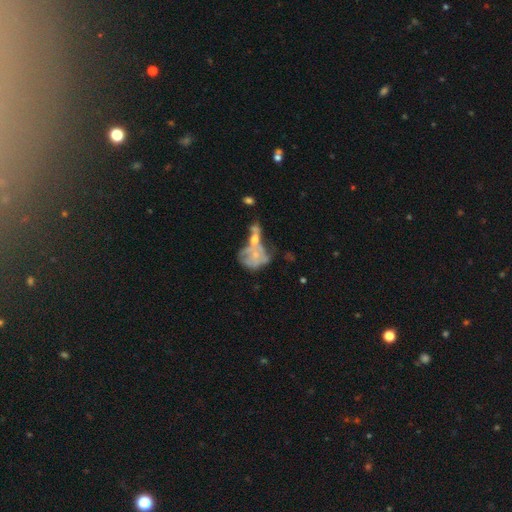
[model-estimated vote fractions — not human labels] Smooth or featured: featured or disk — 58% (smooth — 32%)
Edge-on disk: no — 96% (yes — 4%)
Bar: no — 86% (weak — 11%)
Spiral arms: no — 63% (yes — 37%)
Bulge size: small — 58% (moderate — 29%)
Merging: merger — 53% (major disturbance — 18%)